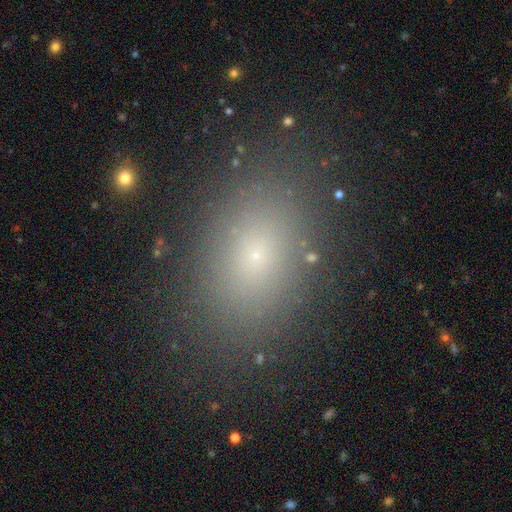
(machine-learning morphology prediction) Overall: smooth (69%). How rounded: in between (80%). Merging: none (85%).